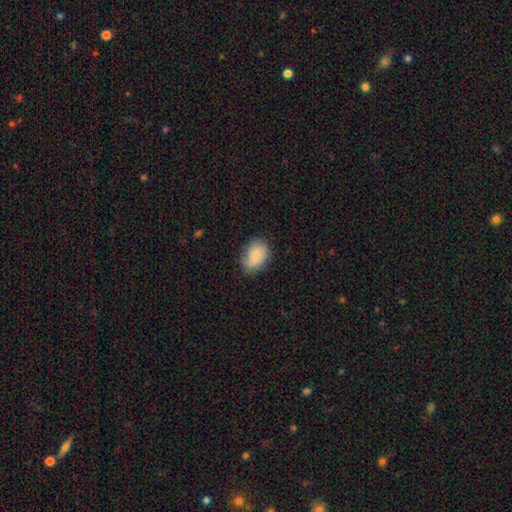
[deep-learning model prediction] Smooth or featured? Predicted: smooth (p=0.77). How rounded? Predicted: in between (p=0.73). Merging? Predicted: none (p=0.70).